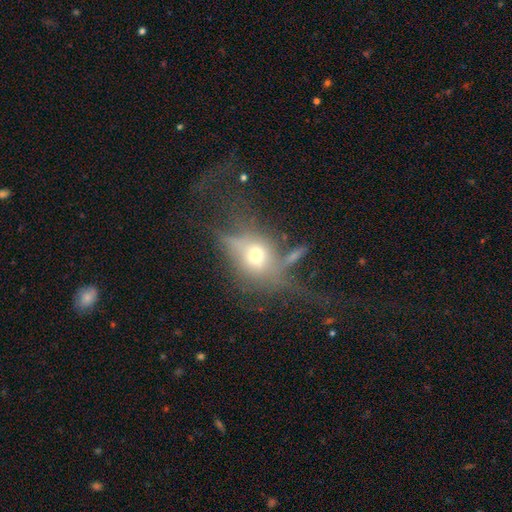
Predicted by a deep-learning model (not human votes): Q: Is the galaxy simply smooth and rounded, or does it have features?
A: featured or disk — 49%.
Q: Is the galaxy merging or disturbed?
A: none — 45%.